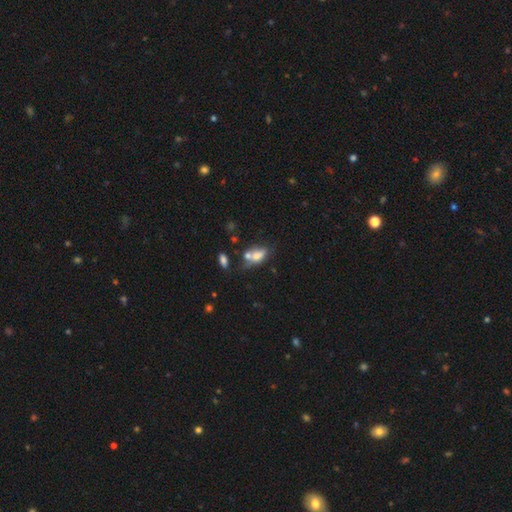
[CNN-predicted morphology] Smooth or featured?
  - smooth: 65% *
  - featured or disk: 25%
  - star or artifact: 10%
How rounded?
  - in between: 81% *
  - cigar-shaped: 10%
  - round: 9%
Merging?
  - merger: 39% *
  - none: 37%
  - minor disturbance: 16%
  - major disturbance: 8%